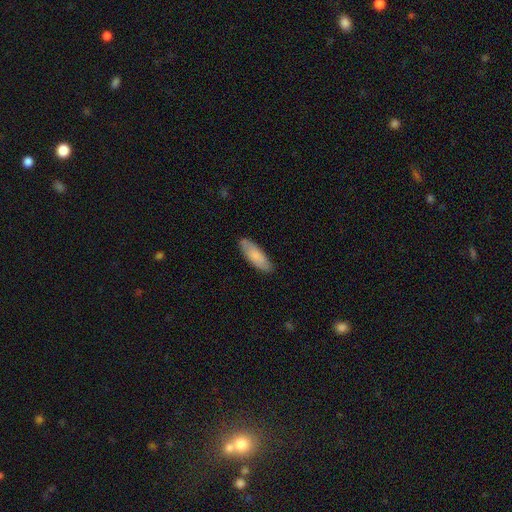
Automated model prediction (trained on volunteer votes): Smooth or featured: smooth — 79% (featured or disk — 15%)
How rounded: in between — 59% (cigar-shaped — 40%)
Merging: none — 82% (minor disturbance — 14%)